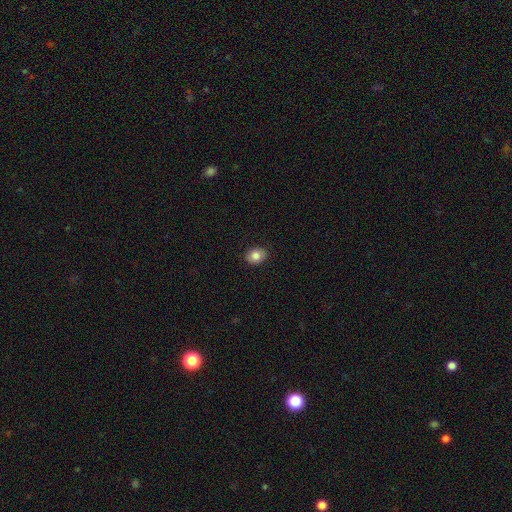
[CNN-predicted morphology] Smooth or featured? smooth (84%)
How rounded? in between (54%)
Merging? none (88%)